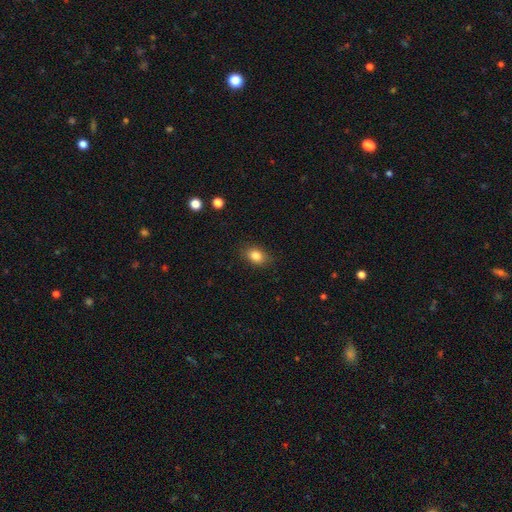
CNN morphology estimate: Q: Smooth or featured?
A: smooth (84%); runner-up: star or artifact (9%)
Q: How rounded?
A: in between (73%); runner-up: round (25%)
Q: Merging?
A: none (84%); runner-up: minor disturbance (12%)